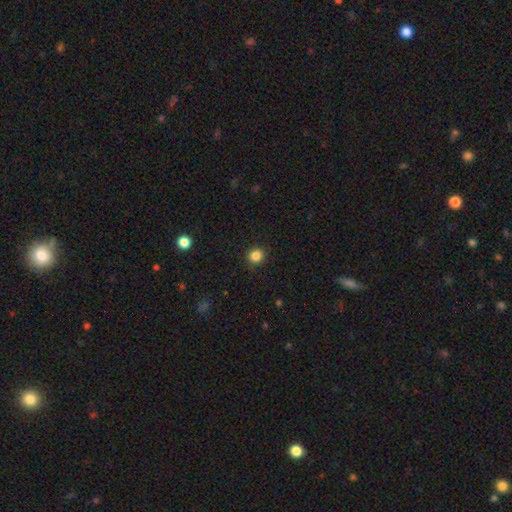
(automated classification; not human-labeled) Morphology: type=smooth (85%); roundness=round (92%); merging=none (92%).